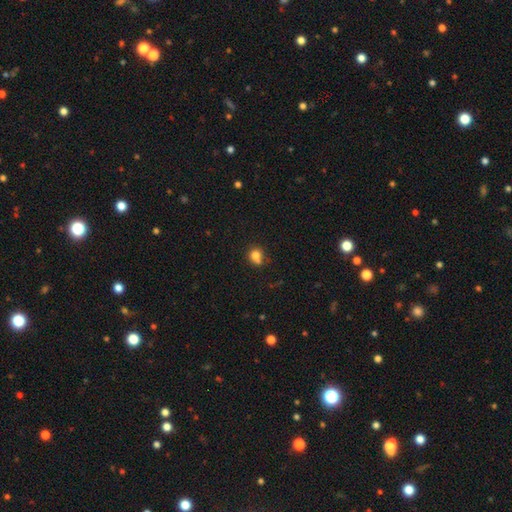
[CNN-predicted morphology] Smooth or featured: smooth — 78% (star or artifact — 12%)
How rounded: round — 75% (in between — 24%)
Merging: none — 57% (merger — 20%)